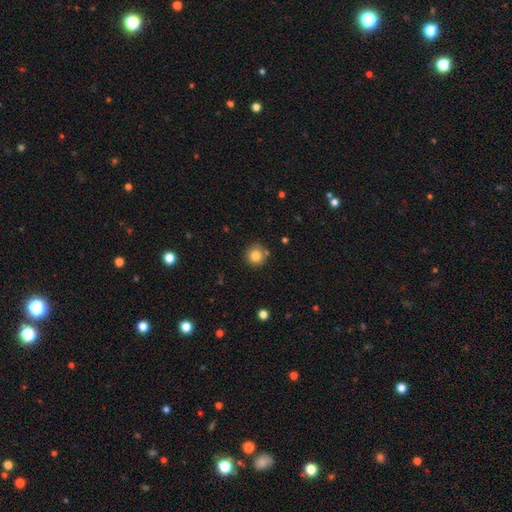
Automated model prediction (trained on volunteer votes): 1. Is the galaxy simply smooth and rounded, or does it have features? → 82% smooth, 11% star or artifact, 7% featured or disk.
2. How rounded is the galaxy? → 94% round, 6% in between, 1% cigar-shaped.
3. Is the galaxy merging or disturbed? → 82% none, 10% minor disturbance, 5% merger, 3% major disturbance.